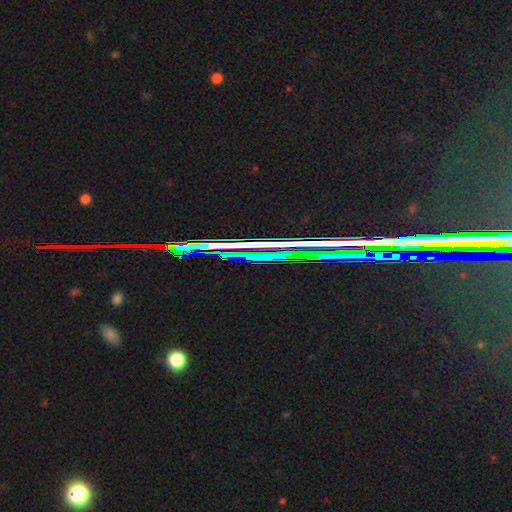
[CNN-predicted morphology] smooth-or-featured: star or artifact: 83% | featured or disk: 10% | smooth: 8%